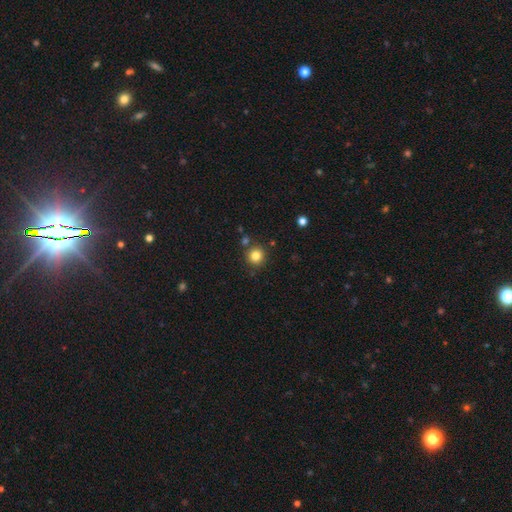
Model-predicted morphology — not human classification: A smooth galaxy with no disk features (82%) that is round (94%). Merging: none (85%).